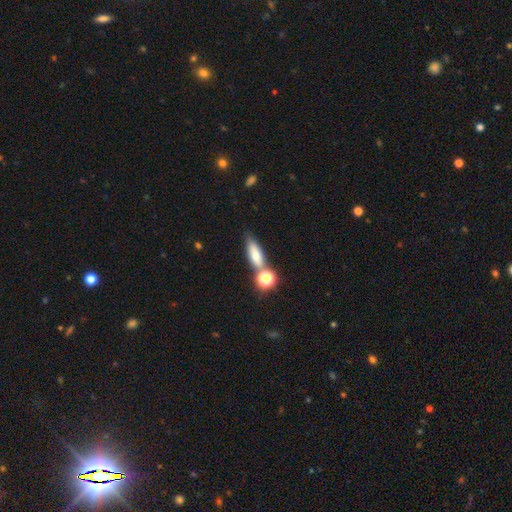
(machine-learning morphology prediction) smooth_or_featured: smooth (p=0.70) [alt: featured or disk p=0.18]
how_rounded: in between (p=0.52) [alt: cigar-shaped p=0.38]
merging: none (p=0.57) [alt: merger p=0.24]